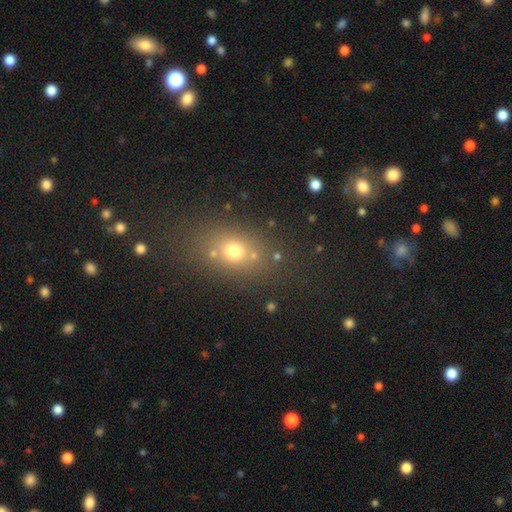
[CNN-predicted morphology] smooth 59%, star or artifact 30%, featured or disk 12%. Down the decision tree: how rounded — in between (59%); merging — none (83%).